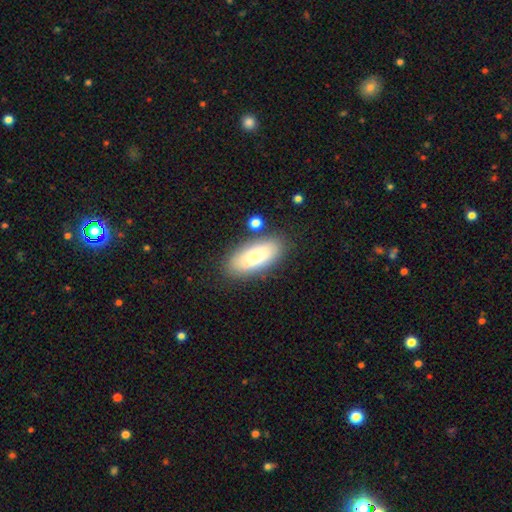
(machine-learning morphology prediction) A smooth galaxy with no disk features (68%) that is in between round and cigar-shaped (84%). Merging: none (79%).